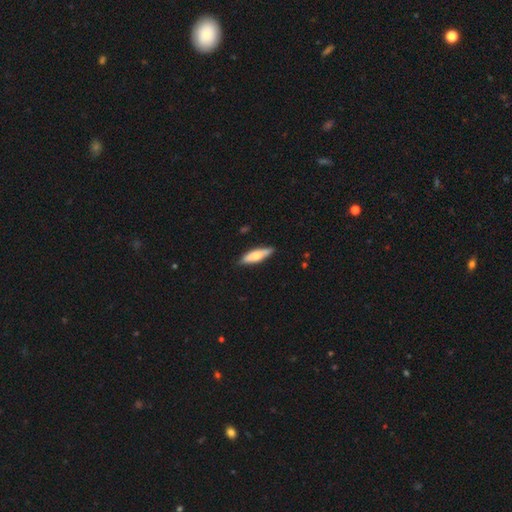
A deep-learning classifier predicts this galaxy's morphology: This is likely a smooth galaxy (62%). How rounded: likely cigar-shaped (61%). Merging: clearly none (83%).